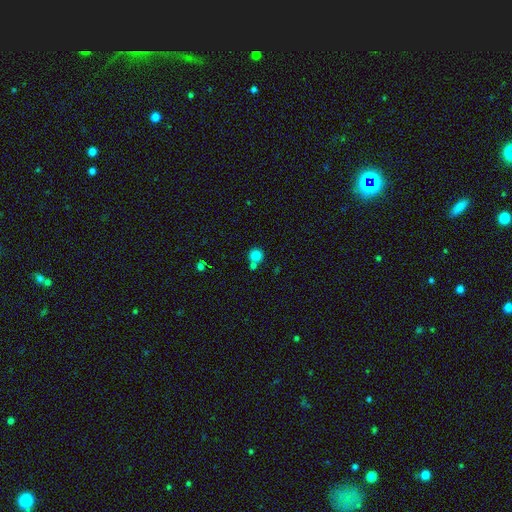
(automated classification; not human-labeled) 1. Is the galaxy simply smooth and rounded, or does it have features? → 83% smooth, 11% star or artifact, 6% featured or disk.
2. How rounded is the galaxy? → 92% round, 7% in between, 1% cigar-shaped.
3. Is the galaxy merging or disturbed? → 63% none, 26% merger, 9% minor disturbance, 3% major disturbance.